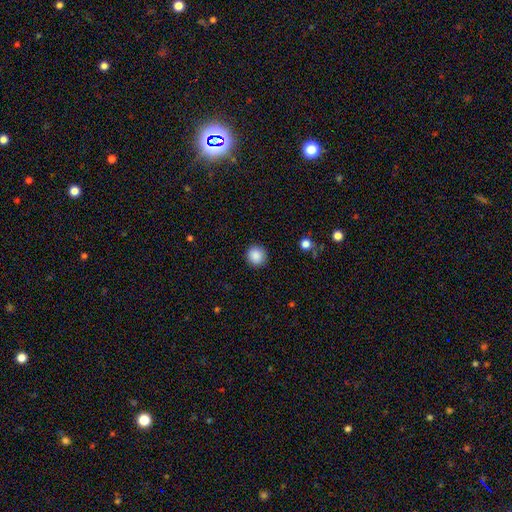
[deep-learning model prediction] The model was most divided on "smooth or featured": smooth: 88%, star or artifact: 9%, featured or disk: 3%. More confident: how rounded — round (93%); merging — none (92%).